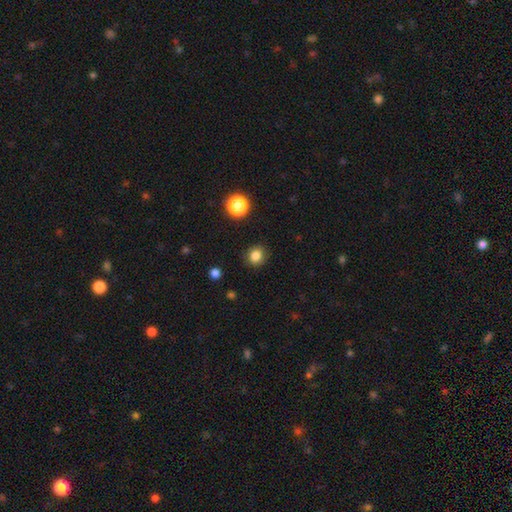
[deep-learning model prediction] Morphology: type=smooth (84%); roundness=round (78%); merging=none (89%).